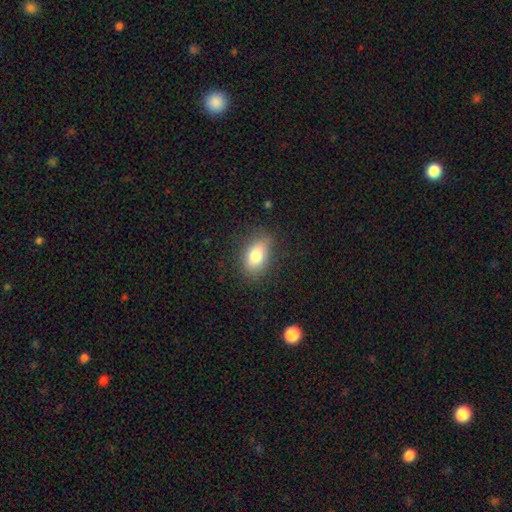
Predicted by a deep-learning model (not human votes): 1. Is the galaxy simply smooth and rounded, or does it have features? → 80% smooth, 12% featured or disk, 8% star or artifact.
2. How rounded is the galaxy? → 88% in between, 9% round, 3% cigar-shaped.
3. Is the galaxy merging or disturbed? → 78% none, 16% minor disturbance, 5% major disturbance, 1% merger.